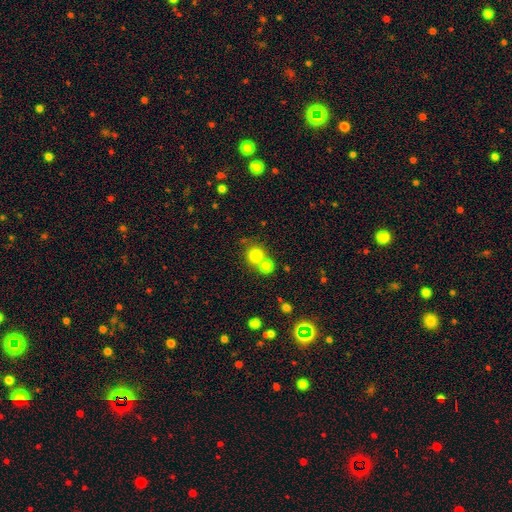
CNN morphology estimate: smooth 79%, star or artifact 13%, featured or disk 9%. Down the decision tree: how rounded — round (89%); merging — none (52%).